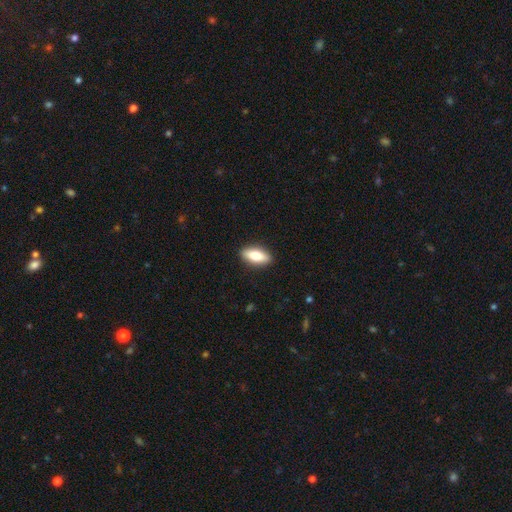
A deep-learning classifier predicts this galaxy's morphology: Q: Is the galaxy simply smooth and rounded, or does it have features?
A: smooth — 75%.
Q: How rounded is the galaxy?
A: in between — 80%.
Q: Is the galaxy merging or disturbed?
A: none — 89%.